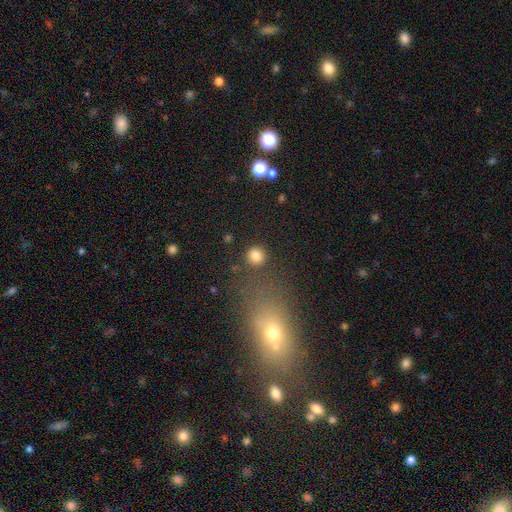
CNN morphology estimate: Smooth or featured?
  - smooth: 83% *
  - star or artifact: 12%
  - featured or disk: 4%
How rounded?
  - round: 93% *
  - in between: 6%
  - cigar-shaped: 1%
Merging?
  - none: 87% *
  - minor disturbance: 6%
  - merger: 4%
  - major disturbance: 3%